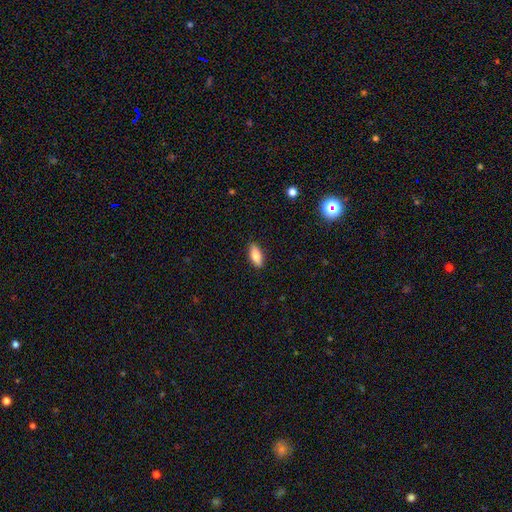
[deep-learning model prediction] Smooth or featured: smooth — 82% (featured or disk — 12%)
How rounded: in between — 81% (cigar-shaped — 17%)
Merging: none — 88% (minor disturbance — 9%)